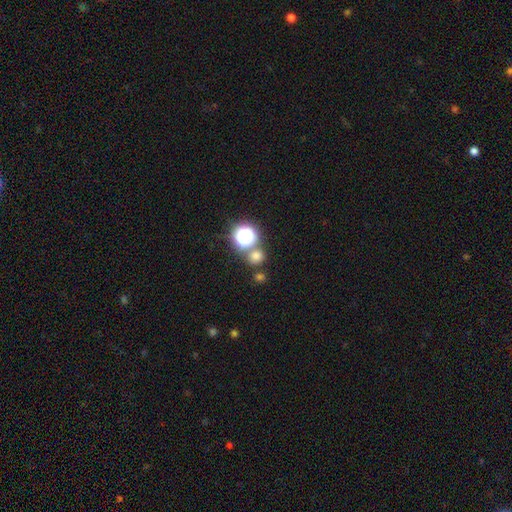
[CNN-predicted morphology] Smooth or featured? smooth (69%)
How rounded? round (85%)
Merging? none (71%)